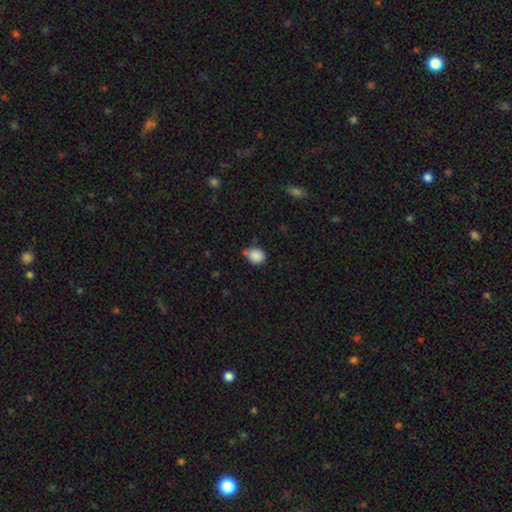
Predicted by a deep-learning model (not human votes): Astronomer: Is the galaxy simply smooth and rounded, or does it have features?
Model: smooth — 87%.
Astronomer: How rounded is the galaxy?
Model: round — 58% (runner-up: in between, 41%).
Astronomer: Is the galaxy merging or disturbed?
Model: none — 61%.